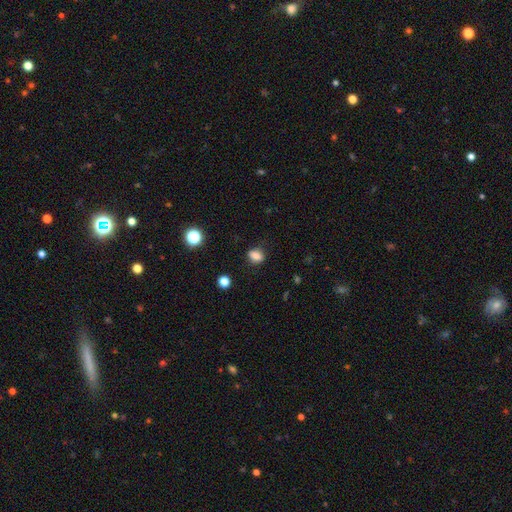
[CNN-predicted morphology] Smooth or featured?
  - smooth: 80% *
  - star or artifact: 11%
  - featured or disk: 8%
How rounded?
  - in between: 61% *
  - round: 37%
  - cigar-shaped: 2%
Merging?
  - none: 77% *
  - minor disturbance: 17%
  - major disturbance: 4%
  - merger: 2%